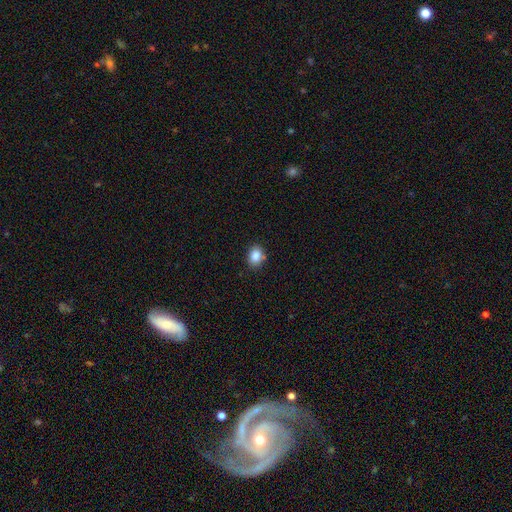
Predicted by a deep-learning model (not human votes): smooth 86%, star or artifact 9%, featured or disk 5%. Down the decision tree: how rounded — in between (62%); merging — none (80%).